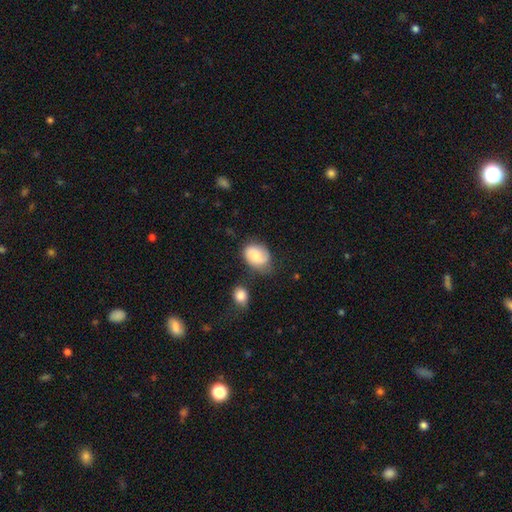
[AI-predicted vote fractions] Overall: smooth (66%; featured or disk 26%). How rounded: in between (74%). Merging: none (57%; minor disturbance 27%).